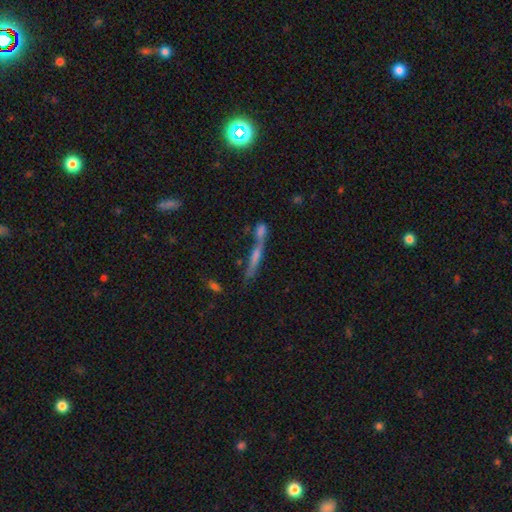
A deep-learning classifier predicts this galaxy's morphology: type=featured or disk (48%); merging=merger (42%).